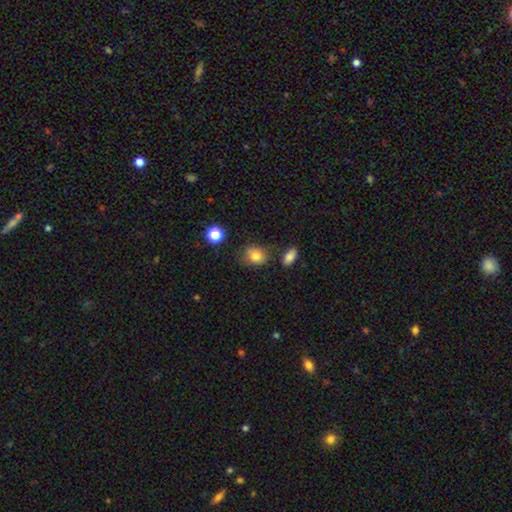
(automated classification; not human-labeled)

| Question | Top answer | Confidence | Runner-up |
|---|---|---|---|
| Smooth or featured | smooth | 81% | star or artifact (10%) |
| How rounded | round | 52% | in between (47%) |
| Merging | none | 71% | minor disturbance (19%) |